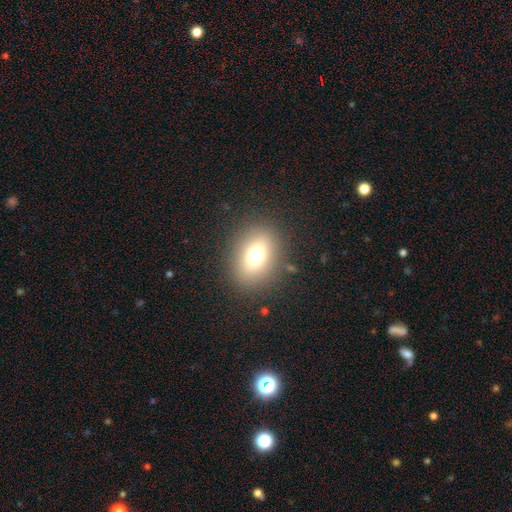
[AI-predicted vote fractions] A smooth galaxy with no disk features (72%) that is in between round and cigar-shaped (57%).

Vote fractions:
- Smooth or featured? smooth: 72% / featured or disk: 14% / star or artifact: 14%
- How rounded? in between: 57% / round: 41% / cigar-shaped: 2%
- Merging? none: 86% / minor disturbance: 8% / major disturbance: 4% / merger: 1%